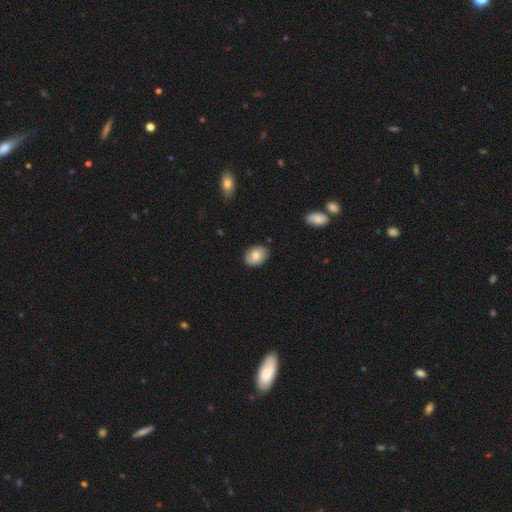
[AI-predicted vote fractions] A smooth galaxy with no disk features (74%) that is in between round and cigar-shaped (72%). Merging: none (81%).